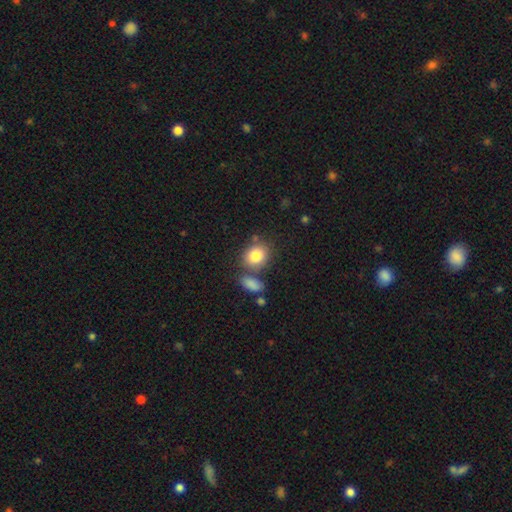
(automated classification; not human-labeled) Smooth or featured? Predicted: smooth (p=0.83). How rounded? Predicted: round (p=0.53). Merging? Predicted: none (p=0.64).